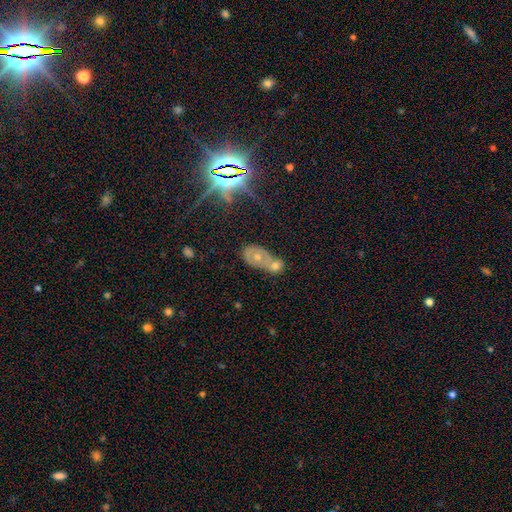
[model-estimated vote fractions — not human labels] Q: Smooth or featured?
A: smooth (49%); runner-up: featured or disk (37%)
Q: Merging?
A: merger (69%); runner-up: none (18%)